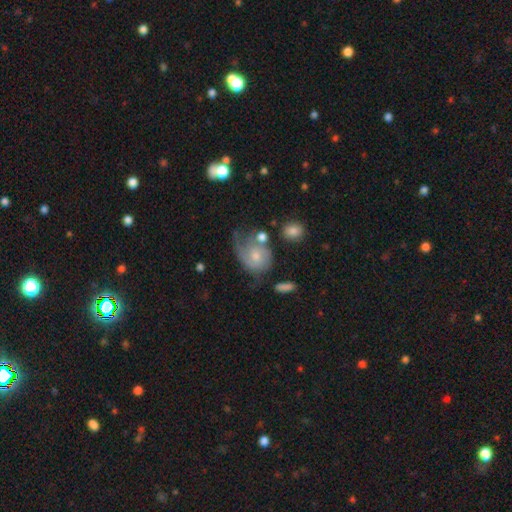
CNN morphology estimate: This is possibly a featured or disk galaxy (57%). It is clearly not viewed edge-on (97%). Bar: likely no (69%). Spiral arm pattern: clearly yes (80%). Central bulge: possibly moderate (51%). Merging: marginally major disturbance (32%).